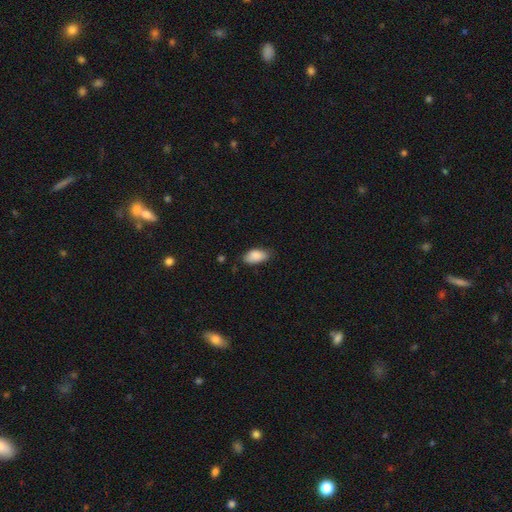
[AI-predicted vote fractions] This is clearly a smooth galaxy (88%). How rounded: clearly in between (93%). Merging: likely none (70%).